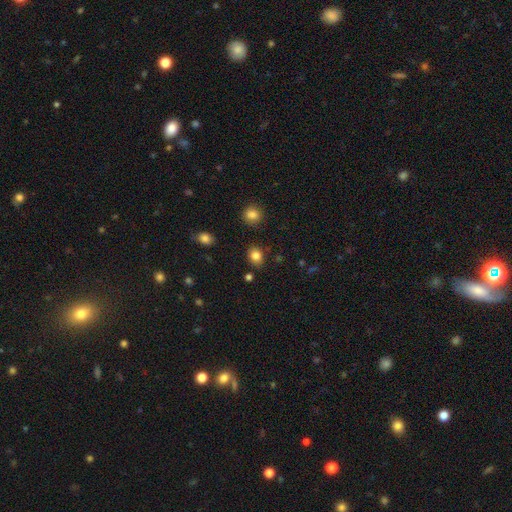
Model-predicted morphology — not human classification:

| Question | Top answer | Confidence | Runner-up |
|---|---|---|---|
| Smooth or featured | smooth | 84% | star or artifact (10%) |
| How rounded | in between | 53% | round (46%) |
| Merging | none | 84% | minor disturbance (10%) |